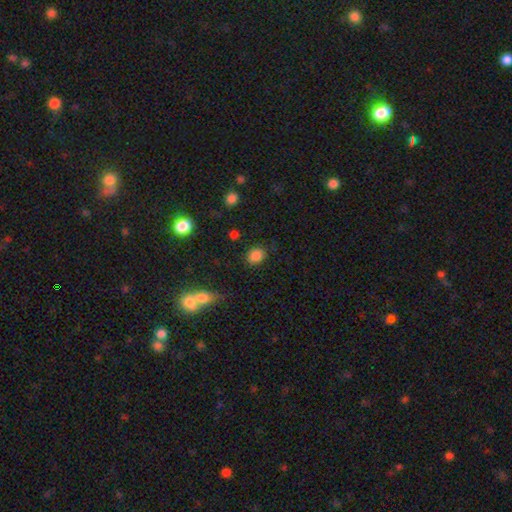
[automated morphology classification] This is clearly a smooth galaxy (84%). How rounded: possibly round (54%). Merging: clearly none (83%).